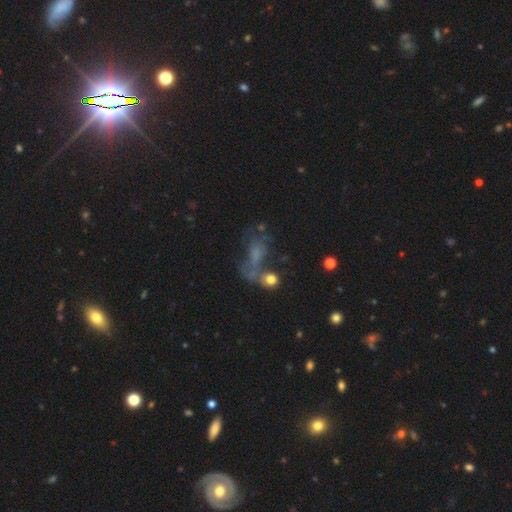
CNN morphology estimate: This is marginally a featured or disk galaxy (39%). Merging: marginally none (34%).